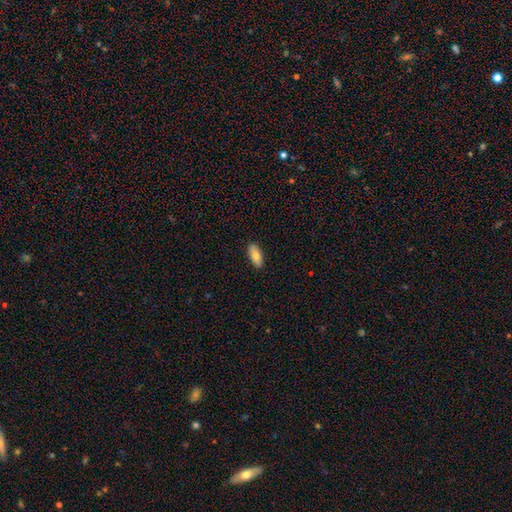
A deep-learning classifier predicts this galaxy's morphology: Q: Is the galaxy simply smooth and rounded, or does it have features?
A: smooth — 78%.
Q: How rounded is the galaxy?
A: in between — 84%.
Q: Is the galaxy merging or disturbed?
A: none — 89%.